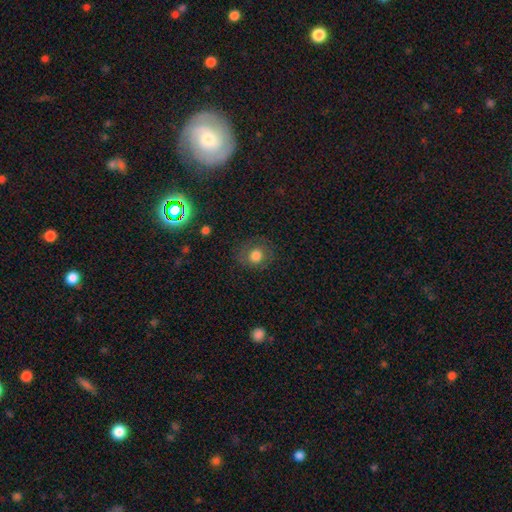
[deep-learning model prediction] smooth_or_featured: smooth (p=0.74) [alt: featured or disk p=0.13]
how_rounded: round (p=0.77) [alt: in between p=0.22]
merging: none (p=0.78) [alt: minor disturbance p=0.14]